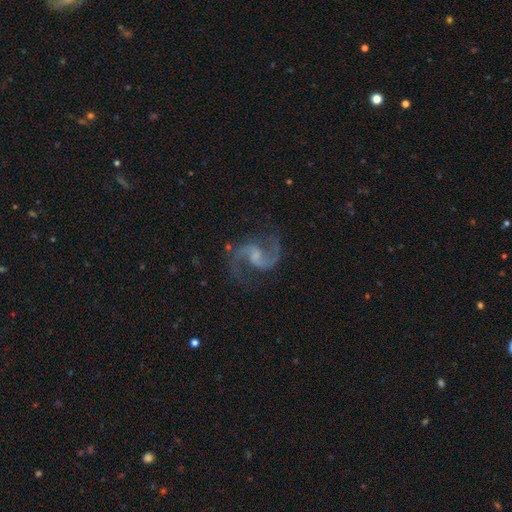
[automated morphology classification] featured or disk 92%, star or artifact 5%, smooth 3%. Down the decision tree: edge-on disk — no (98%); bar — weak (53%); spiral arms — yes (98%); spiral arm count — 2 (94%); spiral winding — medium (54%); bulge size — small (45%); merging — none (80%).